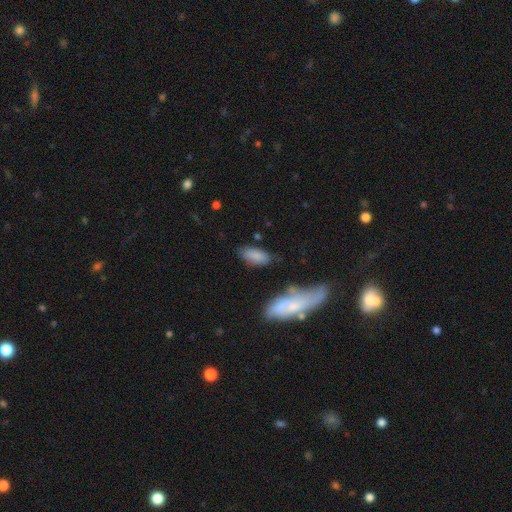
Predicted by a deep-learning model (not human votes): Smooth or featured? Predicted: smooth (p=0.85). How rounded? Predicted: in between (p=0.85). Merging? Predicted: none (p=0.73).